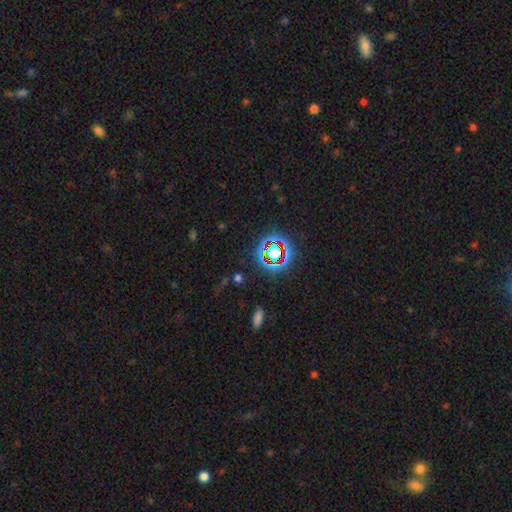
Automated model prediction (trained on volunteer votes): Smooth or featured?
  - star or artifact: 68% *
  - smooth: 18%
  - featured or disk: 14%